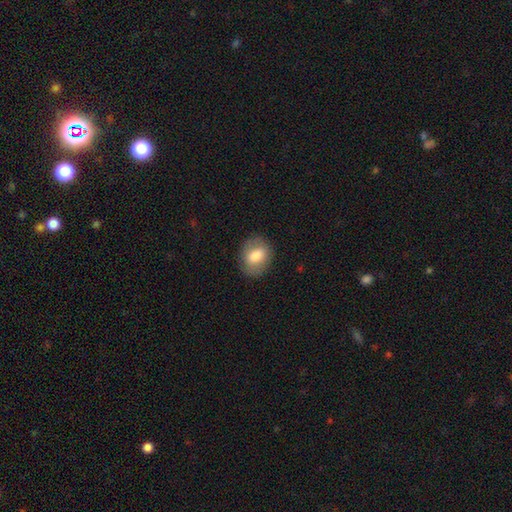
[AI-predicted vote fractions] Smooth or featured?
  - smooth: 75% *
  - featured or disk: 18%
  - star or artifact: 7%
How rounded?
  - in between: 64% *
  - round: 34%
  - cigar-shaped: 1%
Merging?
  - none: 82% *
  - minor disturbance: 12%
  - major disturbance: 4%
  - merger: 1%